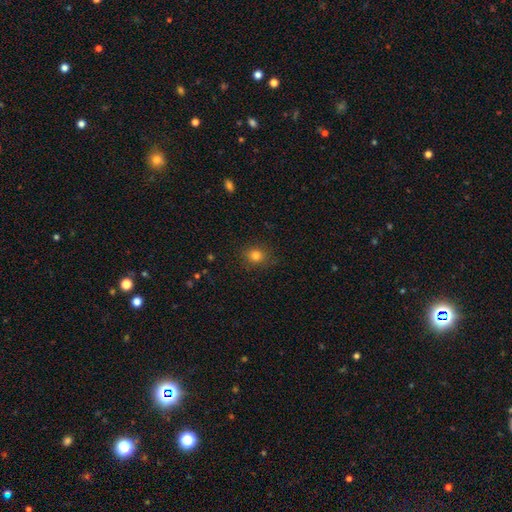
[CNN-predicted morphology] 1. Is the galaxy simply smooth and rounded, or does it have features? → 80% smooth, 13% star or artifact, 6% featured or disk.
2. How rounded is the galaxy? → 76% round, 23% in between, 1% cigar-shaped.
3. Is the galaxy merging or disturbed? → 87% none, 9% minor disturbance, 3% major disturbance, 1% merger.